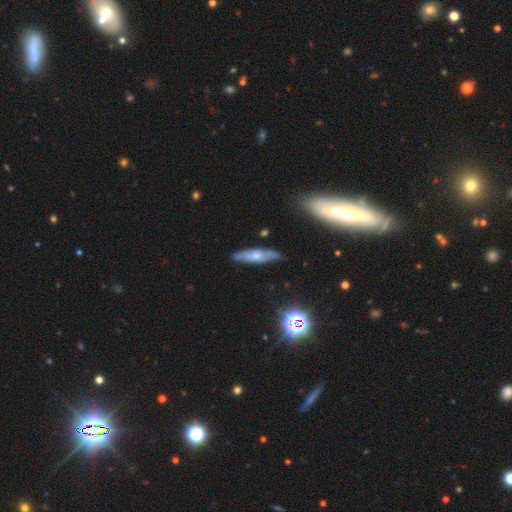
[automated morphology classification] Smooth or featured? Predicted: featured or disk (p=0.50). Merging? Predicted: none (p=0.80).